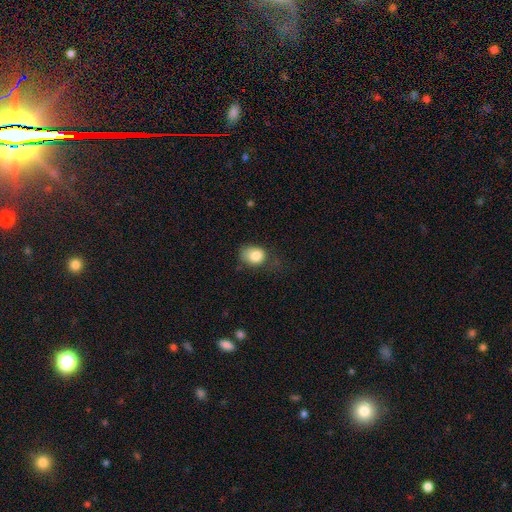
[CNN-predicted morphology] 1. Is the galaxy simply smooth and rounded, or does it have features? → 82% smooth, 9% star or artifact, 9% featured or disk.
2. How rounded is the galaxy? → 57% in between, 42% round, 1% cigar-shaped.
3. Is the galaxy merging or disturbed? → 44% none, 35% minor disturbance, 19% major disturbance, 2% merger.